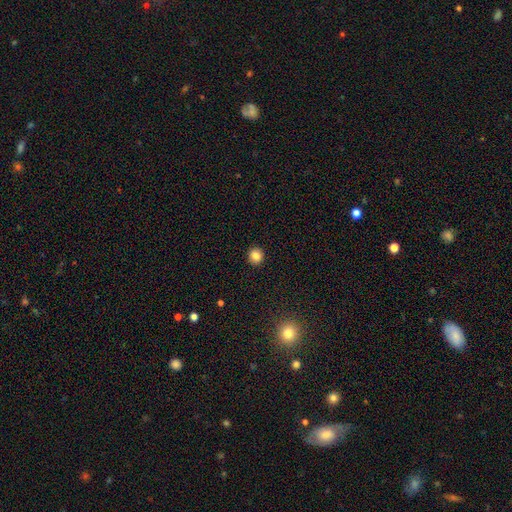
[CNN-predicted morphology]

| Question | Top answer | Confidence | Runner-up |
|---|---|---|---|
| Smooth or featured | smooth | 84% | star or artifact (11%) |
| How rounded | round | 90% | in between (9%) |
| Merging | none | 93% | minor disturbance (5%) |